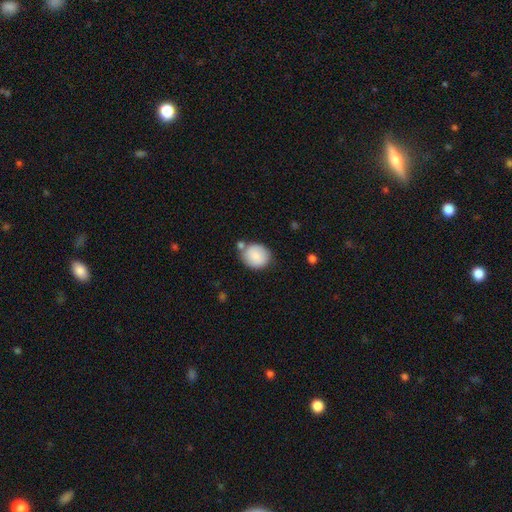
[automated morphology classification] Overall: smooth (85%). How rounded: round (78%). Merging: none (65%).